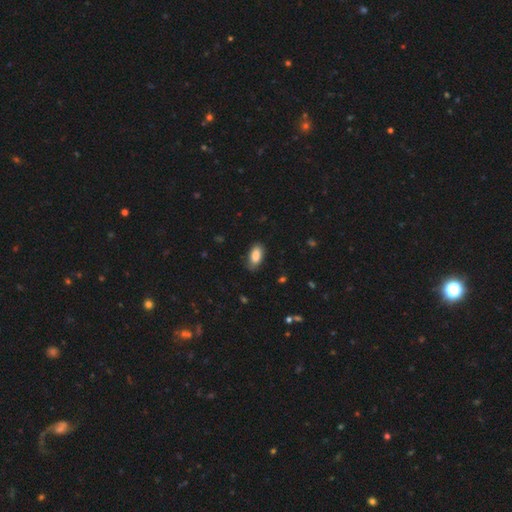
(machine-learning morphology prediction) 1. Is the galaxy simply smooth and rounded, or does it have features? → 87% smooth, 7% star or artifact, 7% featured or disk.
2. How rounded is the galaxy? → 90% in between, 7% cigar-shaped, 3% round.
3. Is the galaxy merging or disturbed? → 81% none, 15% minor disturbance, 3% major disturbance, 1% merger.